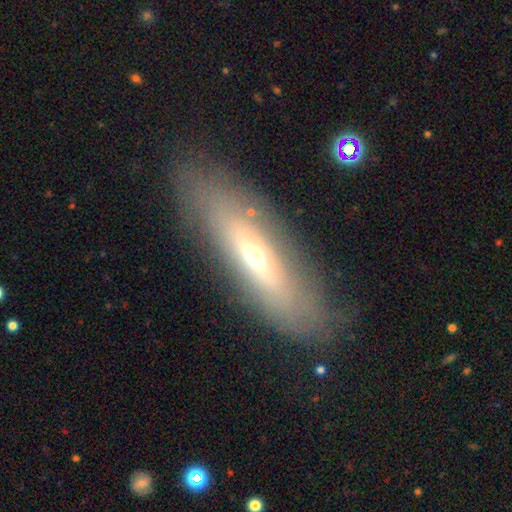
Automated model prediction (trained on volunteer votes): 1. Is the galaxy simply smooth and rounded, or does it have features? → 47% smooth, 43% featured or disk, 10% star or artifact.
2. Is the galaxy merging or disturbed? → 80% none, 12% minor disturbance, 6% major disturbance, 2% merger.